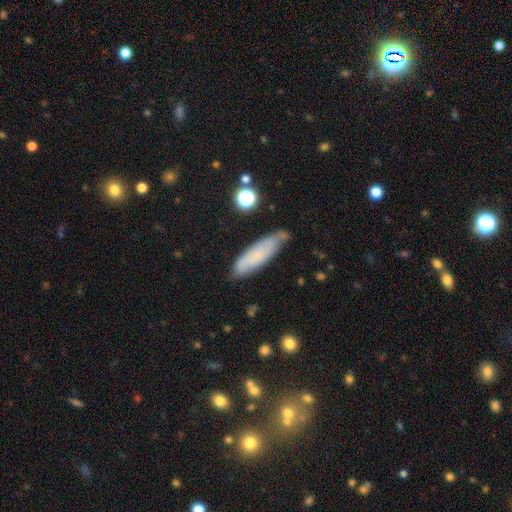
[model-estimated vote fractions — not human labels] This appears to be a smooth galaxy with no disk features (67%) that is cigar-shaped (62%). Merging: none (69%).